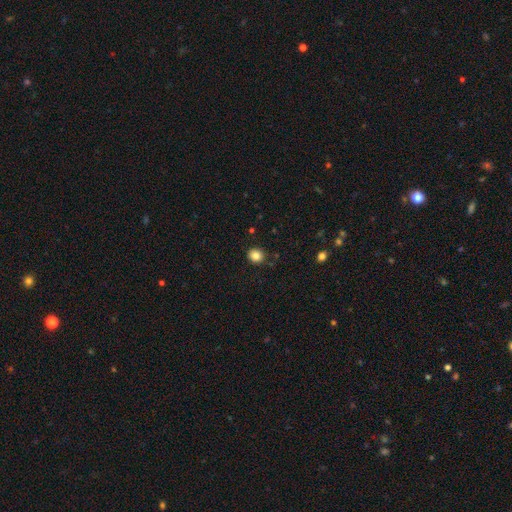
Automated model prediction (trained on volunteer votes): smooth 84%, star or artifact 11%, featured or disk 5%. Down the decision tree: how rounded — round (81%); merging — none (87%).